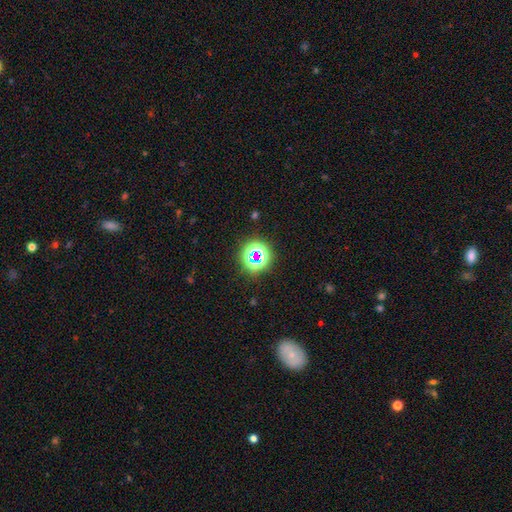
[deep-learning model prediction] Overall: star or artifact (63%; smooth 27%).